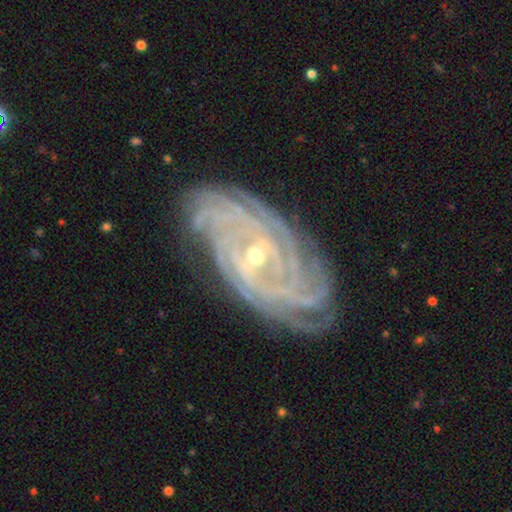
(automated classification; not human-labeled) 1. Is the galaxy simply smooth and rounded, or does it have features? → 91% featured or disk, 5% star or artifact, 4% smooth.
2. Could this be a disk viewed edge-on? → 95% no, 5% yes.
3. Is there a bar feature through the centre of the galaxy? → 39% weak, 37% no, 24% strong.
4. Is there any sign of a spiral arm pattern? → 98% yes, 2% no.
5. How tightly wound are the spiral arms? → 82% tight, 15% medium, 3% loose.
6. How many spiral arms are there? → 28% 4, 27% more than 4, 18% can't tell, 12% 3, 8% 2, 7% 1.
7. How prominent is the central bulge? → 67% small, 30% moderate, 1% large, 1% none, 1% dominant.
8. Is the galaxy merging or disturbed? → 76% none, 17% minor disturbance, 6% major disturbance, 2% merger.